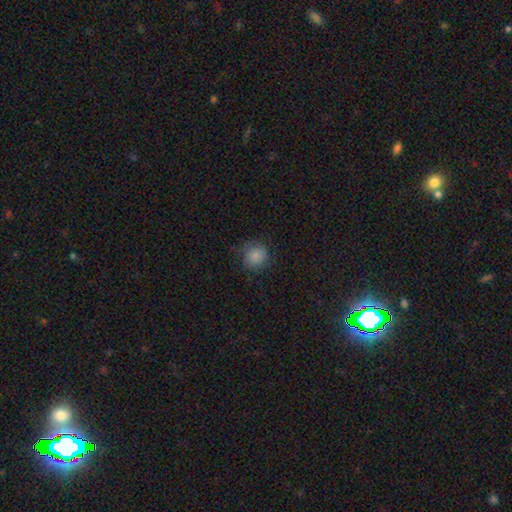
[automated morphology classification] Q: Smooth or featured?
A: smooth (84%); runner-up: star or artifact (9%)
Q: How rounded?
A: round (90%); runner-up: in between (9%)
Q: Merging?
A: none (79%); runner-up: minor disturbance (15%)